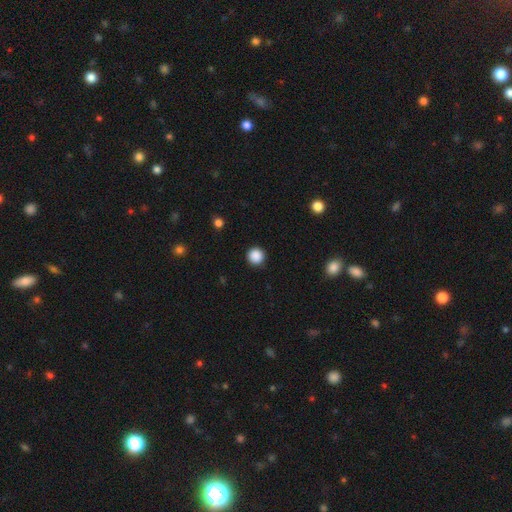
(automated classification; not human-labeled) smooth_or_featured: smooth (p=0.88) [alt: star or artifact p=0.10]
how_rounded: round (p=0.96) [alt: in between p=0.04]
merging: none (p=0.92) [alt: minor disturbance p=0.05]